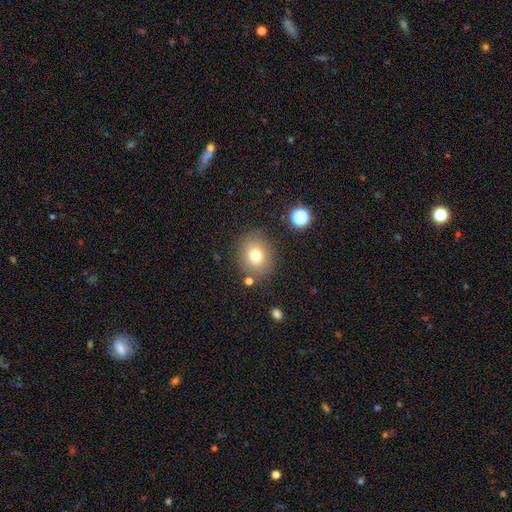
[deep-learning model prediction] A smooth galaxy with no disk features (76%) that is round (70%). Merging: none (81%).